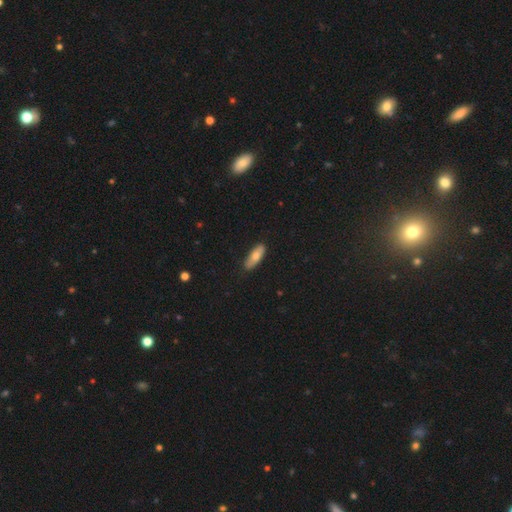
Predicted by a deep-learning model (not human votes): Smooth or featured? Predicted: smooth (p=0.72). How rounded? Predicted: in between (p=0.55). Merging? Predicted: none (p=0.84).